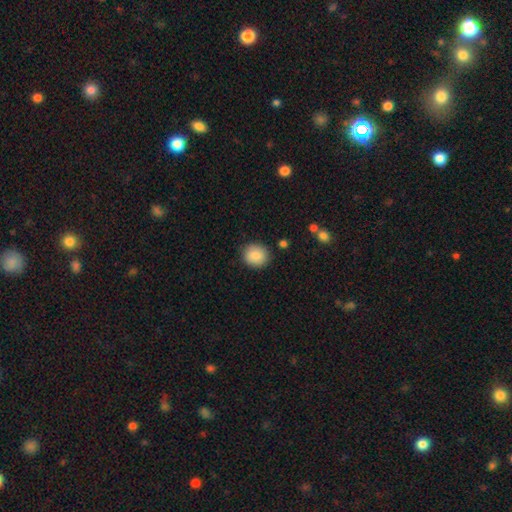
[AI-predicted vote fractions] Smooth or featured? Predicted: smooth (p=0.86). How rounded? Predicted: round (p=0.84). Merging? Predicted: none (p=0.87).